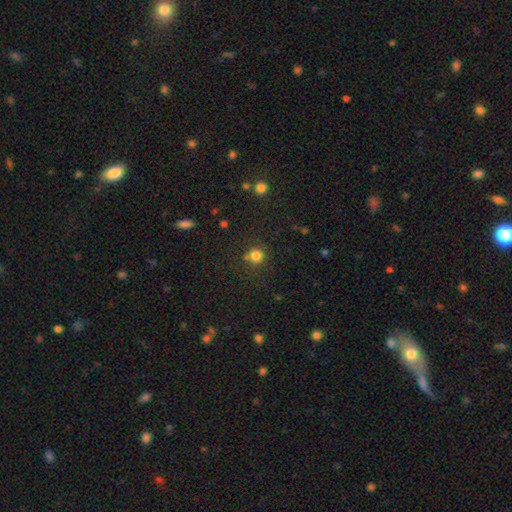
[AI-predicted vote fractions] Morphology: type=smooth (80%); roundness=round (90%); merging=none (74%).